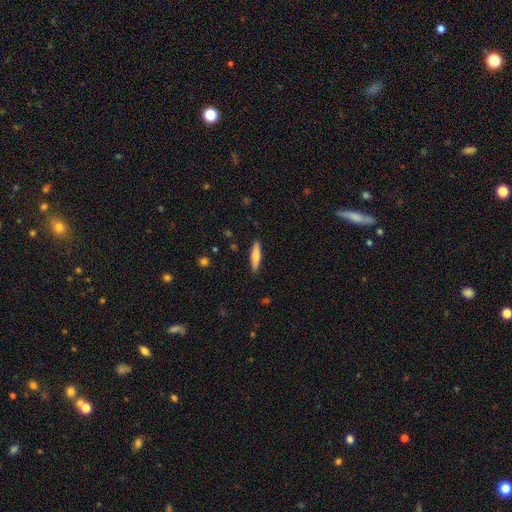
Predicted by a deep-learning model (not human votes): The model was most divided on "smooth or featured": smooth: 65%, featured or disk: 29%, star or artifact: 6%. More confident: merging — none (90%); how rounded — cigar-shaped (80%).